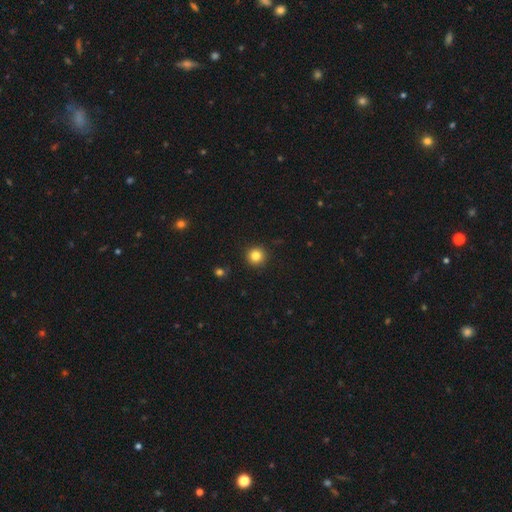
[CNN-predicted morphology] Q: Smooth or featured?
A: smooth (83%); runner-up: star or artifact (11%)
Q: How rounded?
A: round (95%); runner-up: in between (4%)
Q: Merging?
A: none (92%); runner-up: minor disturbance (5%)